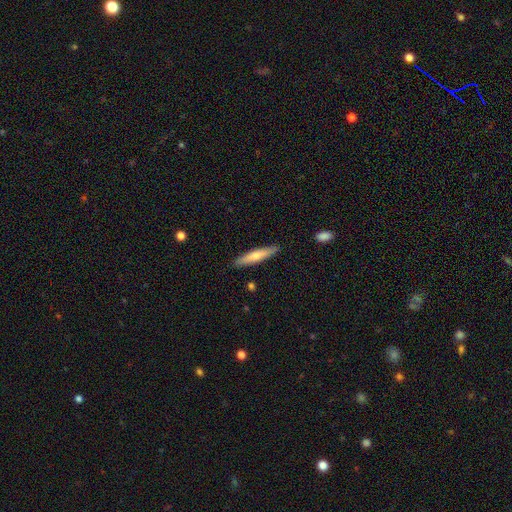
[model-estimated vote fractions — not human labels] smooth-or-featured: smooth: 63% | featured or disk: 32% | star or artifact: 5%
  how-rounded: cigar-shaped: 89% | in between: 10% | round: 1%
  merging: none: 90% | minor disturbance: 8% | major disturbance: 1% | merger: 1%